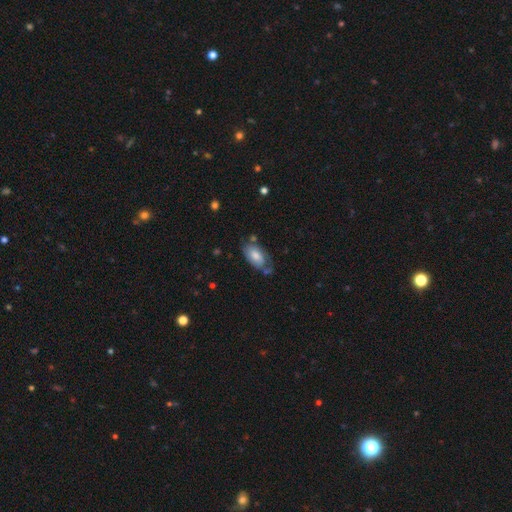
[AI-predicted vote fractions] A smooth galaxy with no disk features (62%) that is in between round and cigar-shaped (93%).

Vote fractions:
- Smooth or featured? smooth: 62% / featured or disk: 31% / star or artifact: 7%
- How rounded? in between: 93% / round: 4% / cigar-shaped: 3%
- Merging? none: 52% / minor disturbance: 28% / major disturbance: 12% / merger: 8%